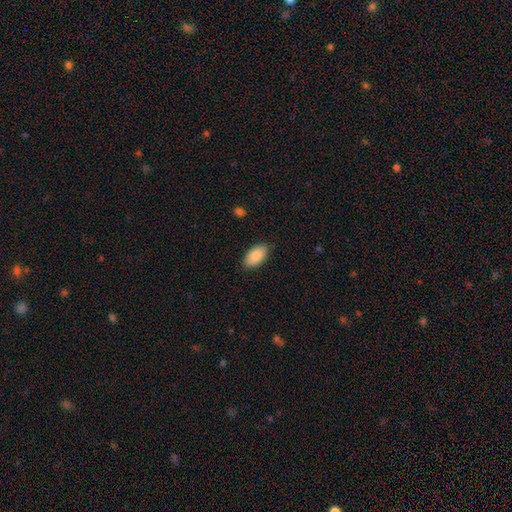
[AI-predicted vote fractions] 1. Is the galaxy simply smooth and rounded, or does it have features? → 88% smooth, 6% featured or disk, 6% star or artifact.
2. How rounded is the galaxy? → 95% in between, 3% round, 2% cigar-shaped.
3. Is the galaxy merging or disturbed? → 86% none, 11% minor disturbance, 2% major disturbance, 1% merger.